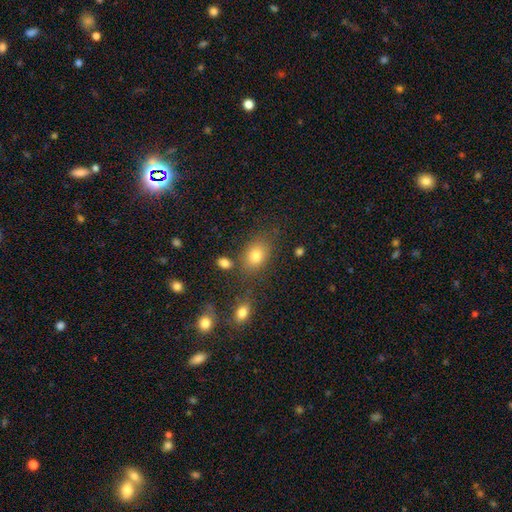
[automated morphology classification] Smooth or featured? Predicted: smooth (p=0.78). How rounded? Predicted: in between (p=0.73). Merging? Predicted: none (p=0.72).